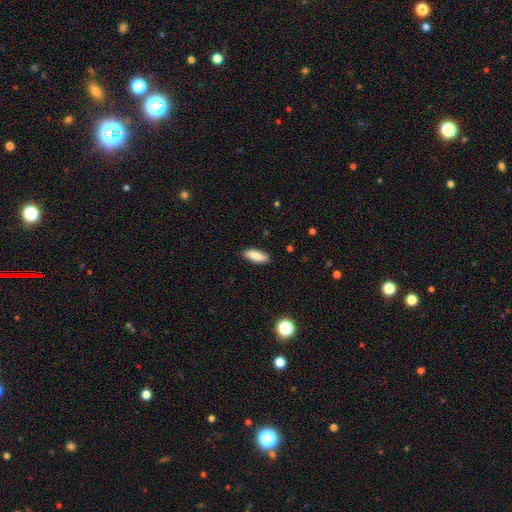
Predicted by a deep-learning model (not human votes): Smooth or featured?
  - smooth: 85% *
  - featured or disk: 8%
  - star or artifact: 7%
How rounded?
  - in between: 73% *
  - cigar-shaped: 25%
  - round: 2%
Merging?
  - none: 88% *
  - minor disturbance: 9%
  - major disturbance: 2%
  - merger: 1%